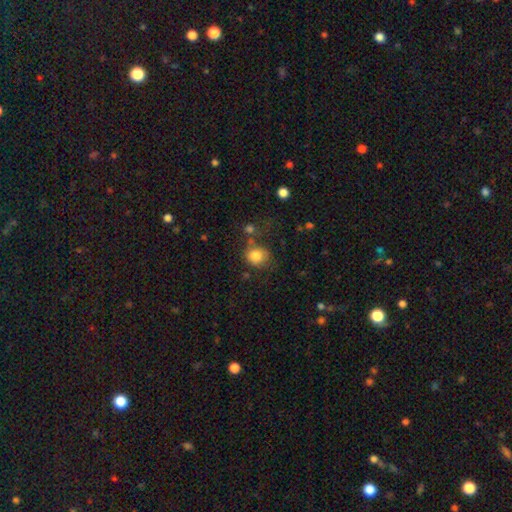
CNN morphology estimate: Overall: smooth (82%). How rounded: round (78%). Merging: none (56%; minor disturbance 20%).